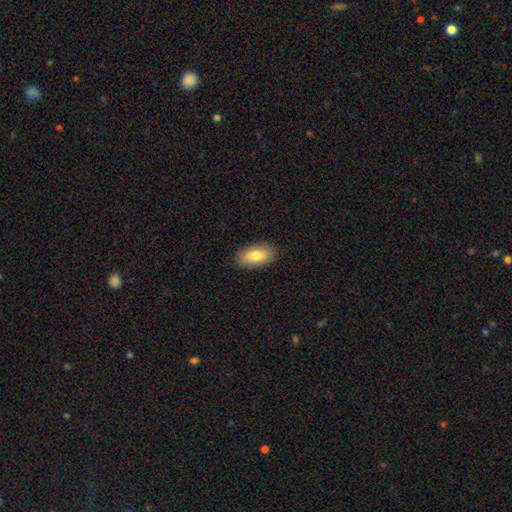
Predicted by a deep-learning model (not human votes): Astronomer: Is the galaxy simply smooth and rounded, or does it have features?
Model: smooth — 79%.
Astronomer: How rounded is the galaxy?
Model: in between — 91%.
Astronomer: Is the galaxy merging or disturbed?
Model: none — 88%.